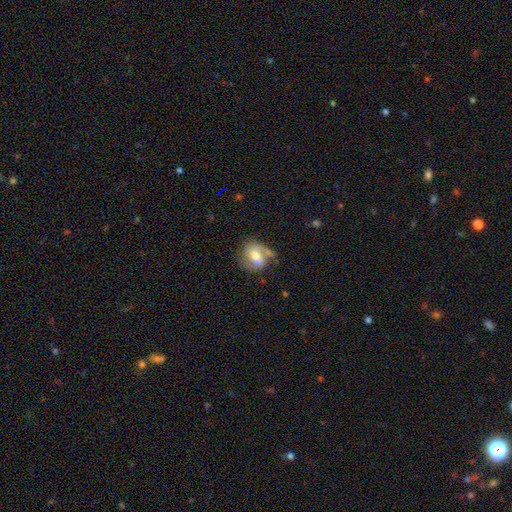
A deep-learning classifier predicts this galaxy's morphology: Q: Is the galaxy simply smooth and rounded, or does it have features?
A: featured or disk — 47%.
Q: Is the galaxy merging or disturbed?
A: none — 47%.